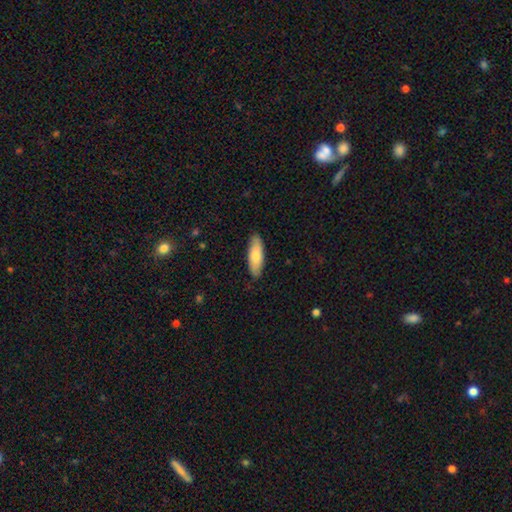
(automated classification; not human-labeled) smooth_or_featured: smooth (p=0.76) [alt: featured or disk p=0.19]
how_rounded: in between (p=0.61) [alt: cigar-shaped p=0.37]
merging: none (p=0.85) [alt: minor disturbance p=0.12]